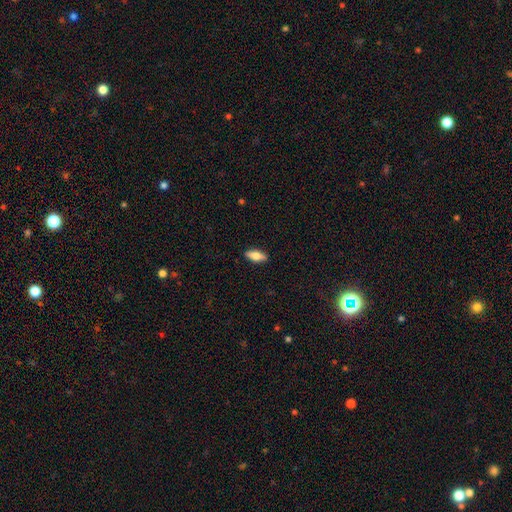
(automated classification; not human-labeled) This is likely a smooth galaxy (66%). How rounded: likely in between (71%). Merging: clearly none (89%).